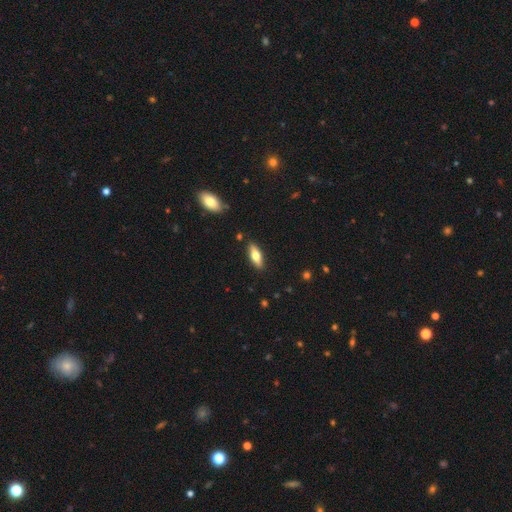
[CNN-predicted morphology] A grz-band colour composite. It shows a smooth galaxy with no disk features (60%) that is in between round and cigar-shaped (59%). Merging: none (87%).